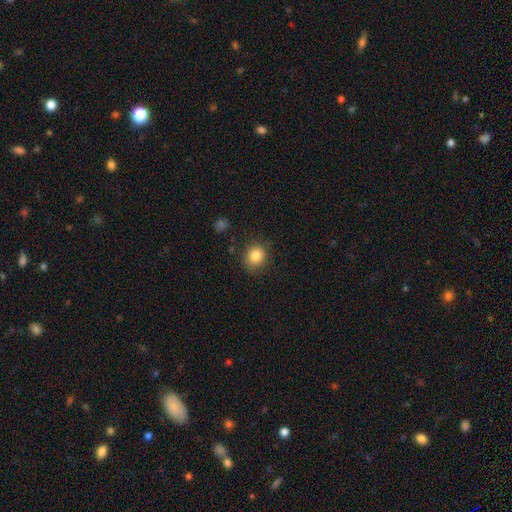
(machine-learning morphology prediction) A smooth galaxy with no disk features (84%) that is round (83%).

Vote fractions:
- Smooth or featured? smooth: 84% / star or artifact: 10% / featured or disk: 5%
- How rounded? round: 83% / in between: 16% / cigar-shaped: 1%
- Merging? none: 86% / minor disturbance: 10% / major disturbance: 3% / merger: 2%